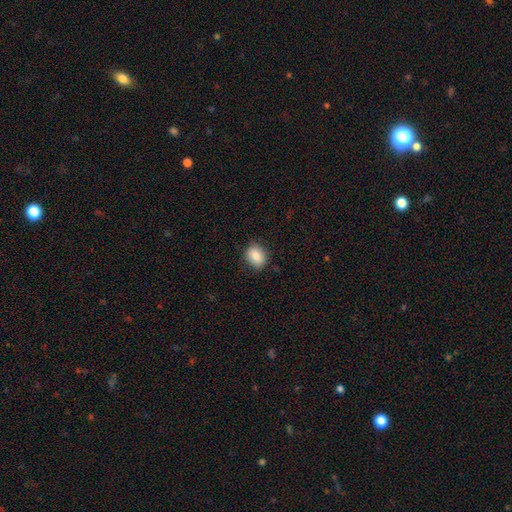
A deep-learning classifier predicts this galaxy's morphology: Smooth or featured?
  - smooth: 86% *
  - star or artifact: 8%
  - featured or disk: 6%
How rounded?
  - in between: 54% *
  - round: 45%
  - cigar-shaped: 1%
Merging?
  - none: 85% *
  - minor disturbance: 12%
  - major disturbance: 3%
  - merger: 1%